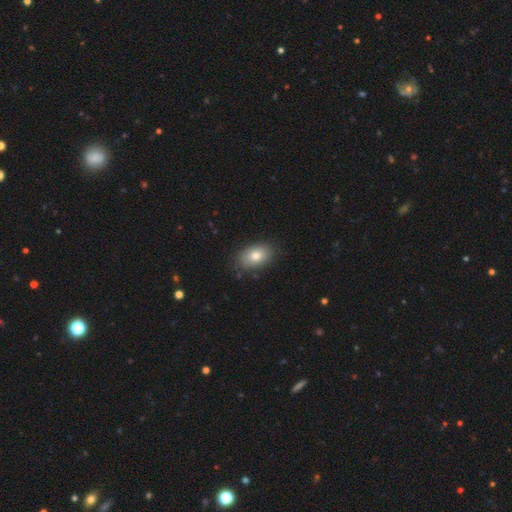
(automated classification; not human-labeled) A smooth galaxy with no disk features (80%) that is in between round and cigar-shaped (87%).

Vote fractions:
- Smooth or featured? smooth: 80% / featured or disk: 12% / star or artifact: 8%
- How rounded? in between: 87% / round: 11% / cigar-shaped: 1%
- Merging? none: 86% / minor disturbance: 11% / major disturbance: 2% / merger: 1%